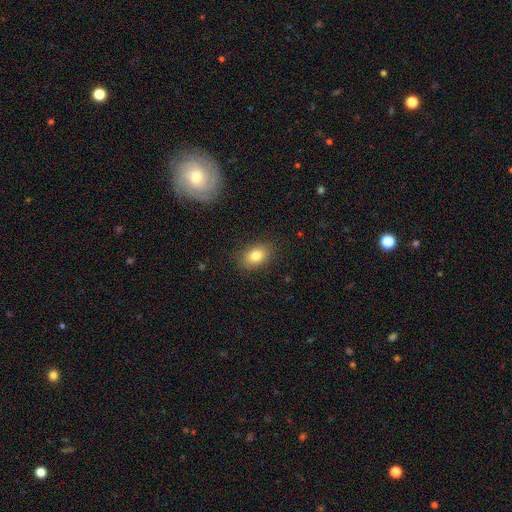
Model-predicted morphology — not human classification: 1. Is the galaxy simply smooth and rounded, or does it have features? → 81% smooth, 10% star or artifact, 9% featured or disk.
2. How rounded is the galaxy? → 78% in between, 21% round, 1% cigar-shaped.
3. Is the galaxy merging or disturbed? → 86% none, 10% minor disturbance, 3% major disturbance, 1% merger.